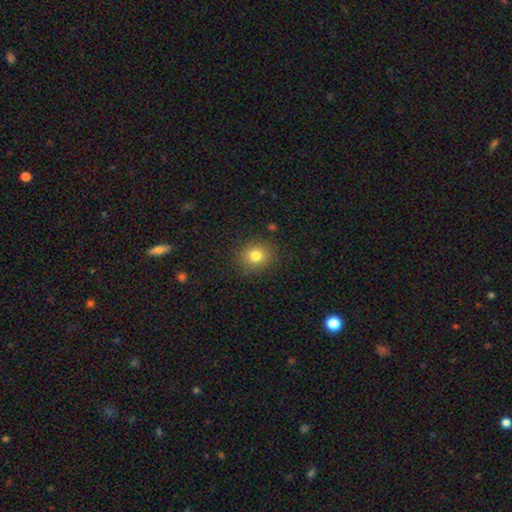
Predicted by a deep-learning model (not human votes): This appears to be a smooth galaxy with no disk features (80%) that is round (79%). Merging: none (88%).